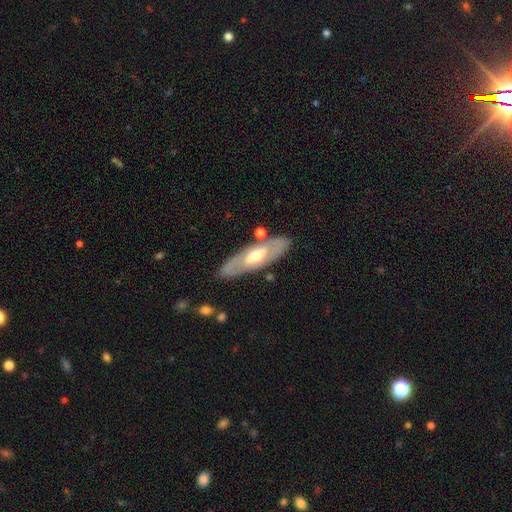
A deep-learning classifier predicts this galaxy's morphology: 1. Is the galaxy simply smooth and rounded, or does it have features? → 63% featured or disk, 32% smooth, 5% star or artifact.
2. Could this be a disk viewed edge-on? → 71% no, 29% yes.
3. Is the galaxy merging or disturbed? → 81% none, 12% minor disturbance, 4% merger, 3% major disturbance.